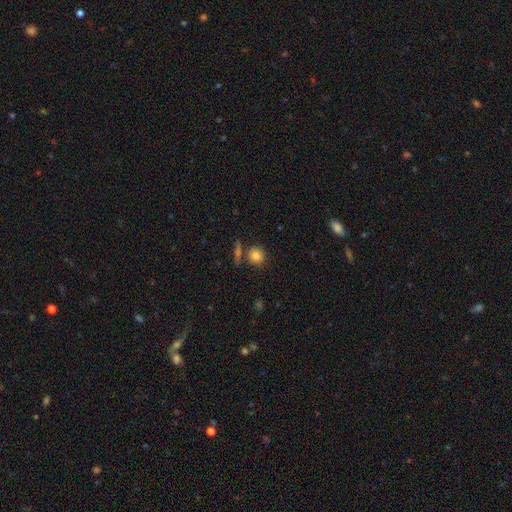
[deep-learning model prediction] Smooth or featured?
  - smooth: 83% *
  - star or artifact: 9%
  - featured or disk: 8%
How rounded?
  - round: 85% *
  - in between: 13%
  - cigar-shaped: 2%
Merging?
  - none: 75% *
  - merger: 13%
  - minor disturbance: 9%
  - major disturbance: 3%